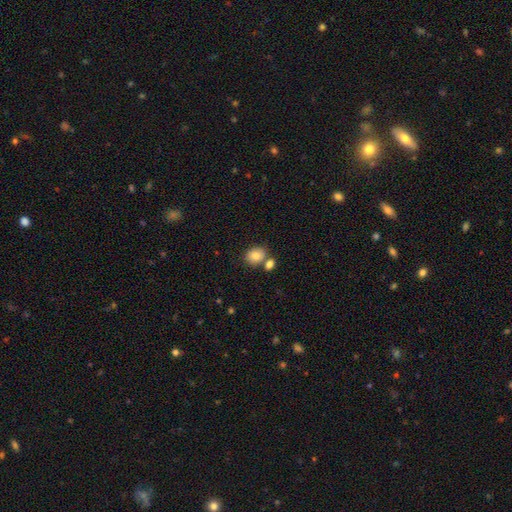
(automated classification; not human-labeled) smooth-or-featured: smooth: 82% | featured or disk: 9% | star or artifact: 9%
  how-rounded: in between: 51% | round: 48% | cigar-shaped: 1%
  merging: none: 60% | merger: 27% | minor disturbance: 11% | major disturbance: 3%